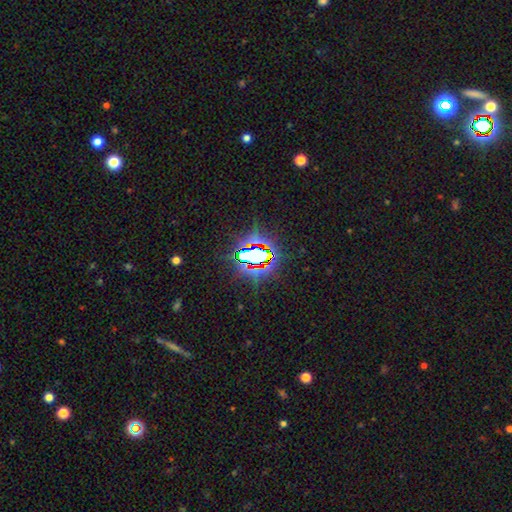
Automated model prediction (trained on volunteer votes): Q: Smooth or featured?
A: star or artifact (75%); runner-up: smooth (14%)